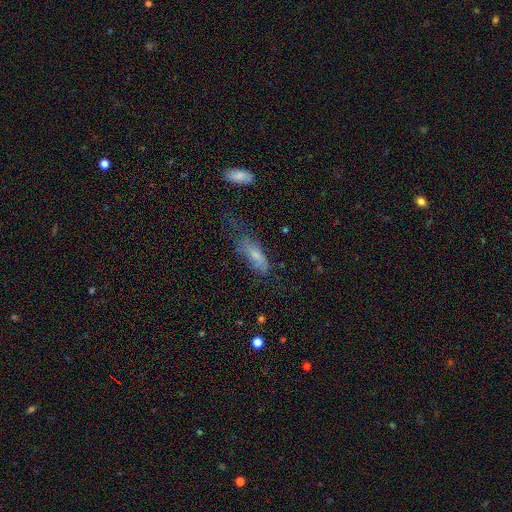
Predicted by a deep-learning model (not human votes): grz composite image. It shows a smooth galaxy with no disk features (66%) that is in between round and cigar-shaped (62%). Merging: none (35%).